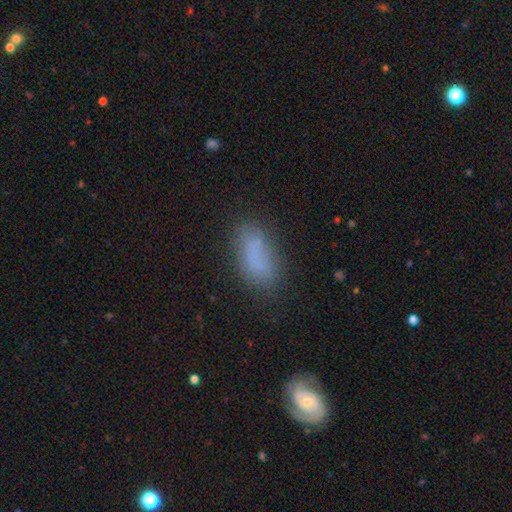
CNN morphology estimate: The model was most divided on "merging": none: 66%, minor disturbance: 22%, major disturbance: 8%, merger: 4%. More confident: how rounded — in between (87%); smooth or featured — smooth (76%).